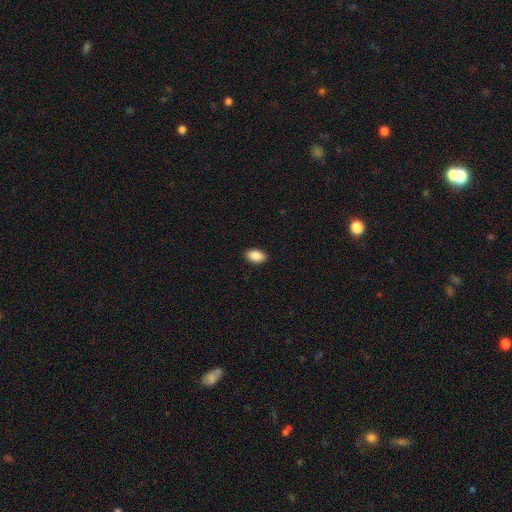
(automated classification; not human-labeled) Smooth or featured: smooth — 89% (star or artifact — 7%)
How rounded: in between — 91% (round — 7%)
Merging: none — 90% (minor disturbance — 7%)